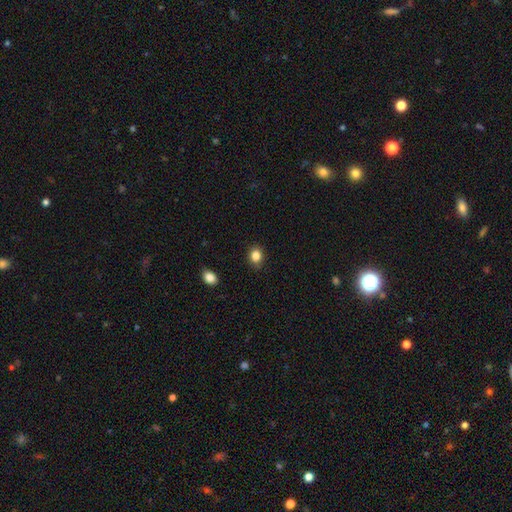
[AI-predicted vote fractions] This is clearly a smooth galaxy (84%). How rounded: possibly round (60%). Merging: clearly none (84%).